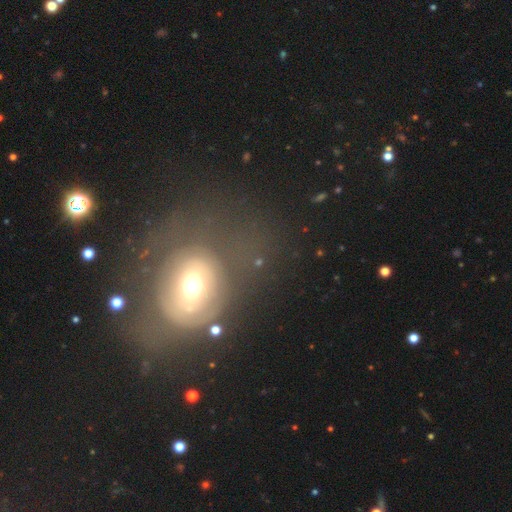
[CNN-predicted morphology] The model was most divided on "smooth or featured": smooth: 41%, featured or disk: 38%, star or artifact: 20%. More confident: merging — none (52%).